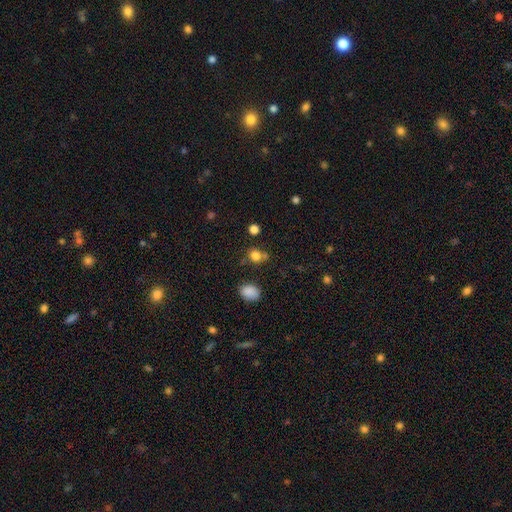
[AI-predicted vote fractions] A smooth galaxy with no disk features (80%) that is round (74%). Merging: none (69%).